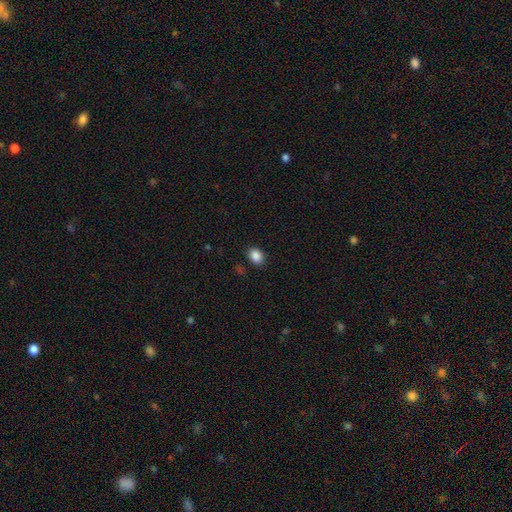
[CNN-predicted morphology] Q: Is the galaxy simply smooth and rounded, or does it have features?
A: smooth — 87%.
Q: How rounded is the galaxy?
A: in between — 53%.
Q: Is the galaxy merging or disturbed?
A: none — 87%.